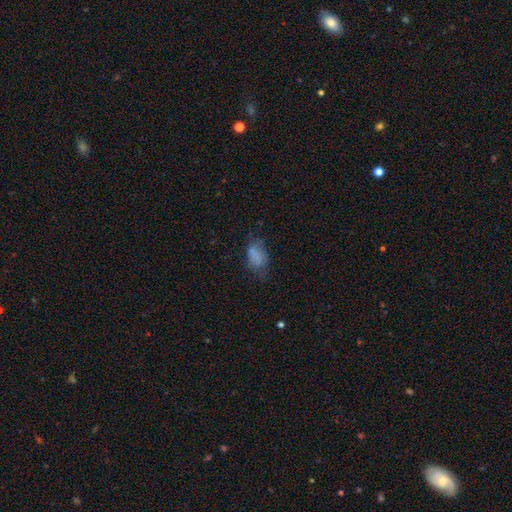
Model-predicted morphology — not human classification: Smooth or featured: smooth — 65% (featured or disk — 21%)
How rounded: in between — 88% (round — 9%)
Merging: none — 42% (minor disturbance — 29%)